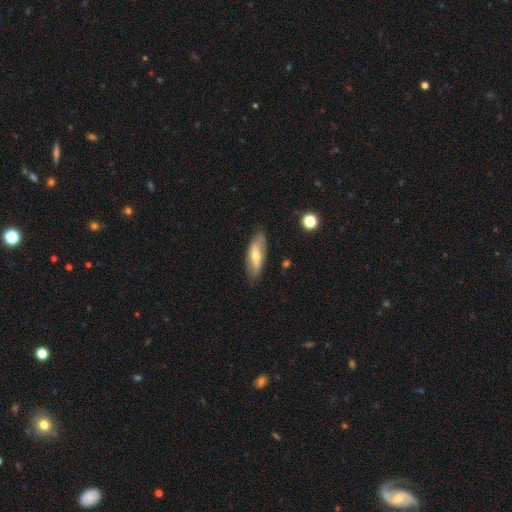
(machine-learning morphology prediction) A smooth galaxy with no disk features (50%) that is in between round and cigar-shaped (59%). Merging: none (80%).